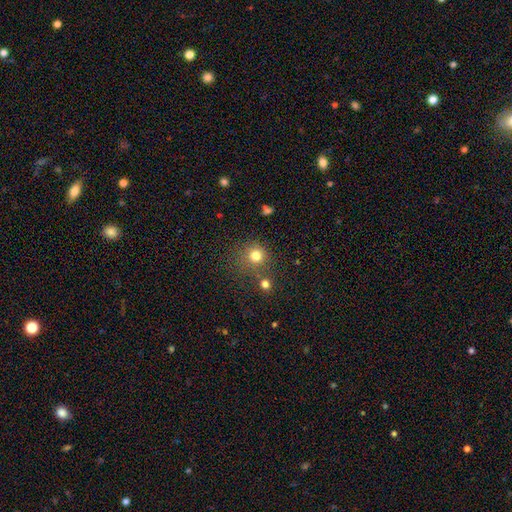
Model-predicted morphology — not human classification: Q: Smooth or featured?
A: smooth (77%); runner-up: star or artifact (16%)
Q: How rounded?
A: round (90%); runner-up: in between (9%)
Q: Merging?
A: none (71%); runner-up: merger (13%)